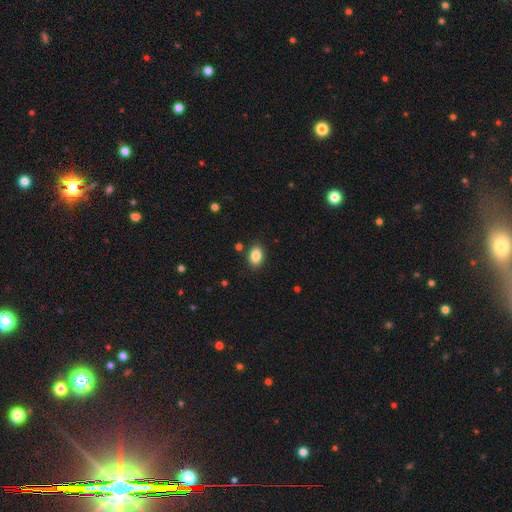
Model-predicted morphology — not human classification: Smooth or featured? smooth (86%)
How rounded? in between (80%)
Merging? none (86%)